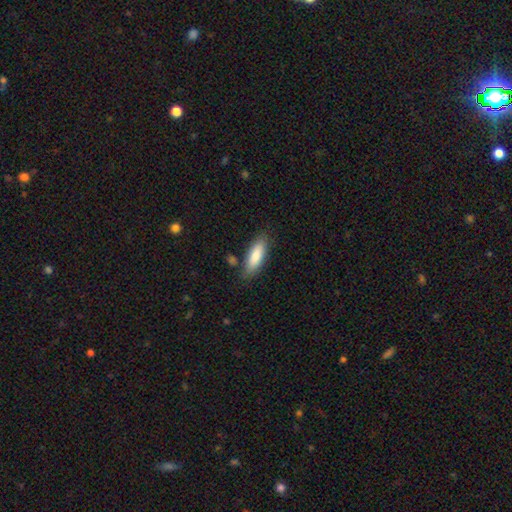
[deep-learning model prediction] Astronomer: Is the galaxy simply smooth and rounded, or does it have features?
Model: smooth — 82%.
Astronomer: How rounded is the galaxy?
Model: in between — 56% (runner-up: cigar-shaped, 42%).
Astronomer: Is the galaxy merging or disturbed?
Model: none — 79%.